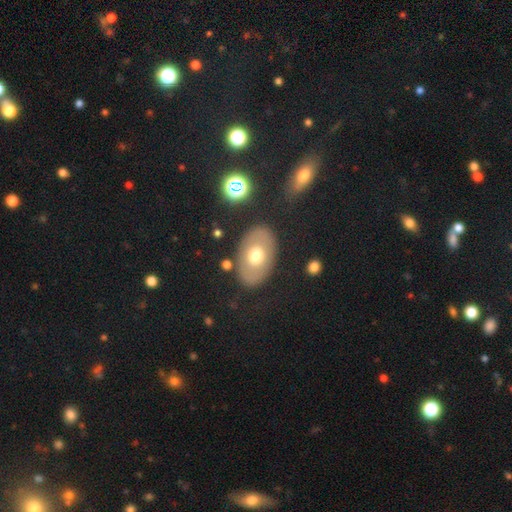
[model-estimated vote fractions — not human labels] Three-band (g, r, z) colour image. It shows a smooth galaxy with no disk features (58%) that is in between round and cigar-shaped (83%). Merging: none (82%).